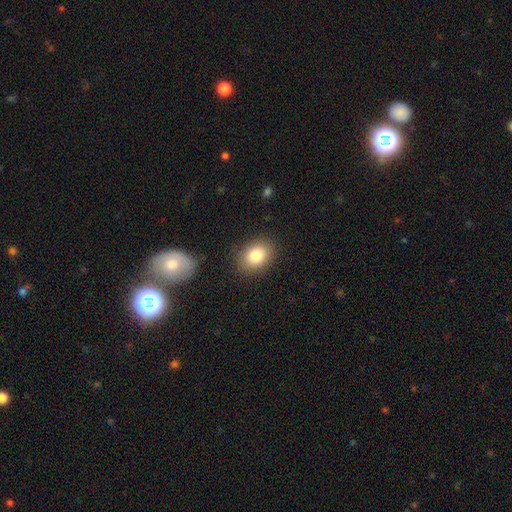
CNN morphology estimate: This appears to be a smooth galaxy with no disk features (82%) that is in between round and cigar-shaped (67%). Merging: none (86%).